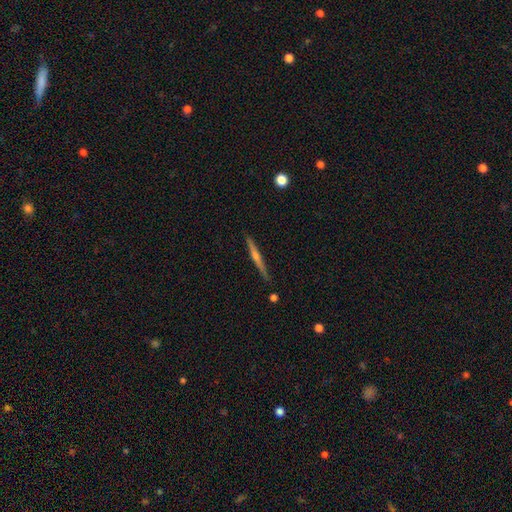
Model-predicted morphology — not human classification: smooth_or_featured: featured or disk (p=0.73) [alt: smooth p=0.20]
disk_edge_on: yes (p=0.98) [alt: no p=0.02]
edge_on_bulge: rounded (p=0.71) [alt: none p=0.21]
merging: none (p=0.89) [alt: minor disturbance p=0.08]